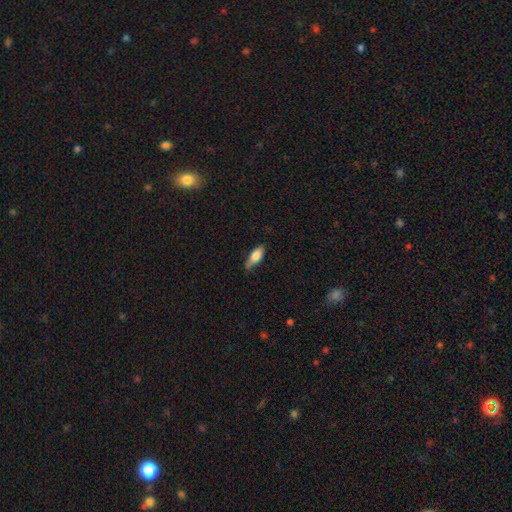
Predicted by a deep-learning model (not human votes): smooth-or-featured: smooth: 79% | featured or disk: 14% | star or artifact: 7%
  how-rounded: in between: 80% | cigar-shaped: 17% | round: 2%
  merging: none: 64% | minor disturbance: 29% | major disturbance: 5% | merger: 2%